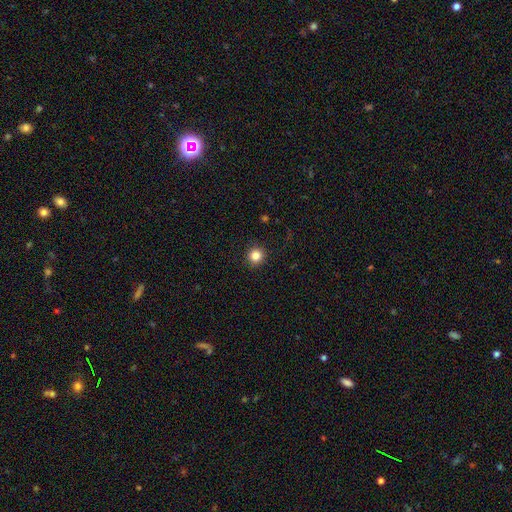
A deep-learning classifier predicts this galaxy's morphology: The model was most divided on "smooth or featured": smooth: 85%, star or artifact: 11%, featured or disk: 4%. More confident: how rounded — round (94%); merging — none (91%).